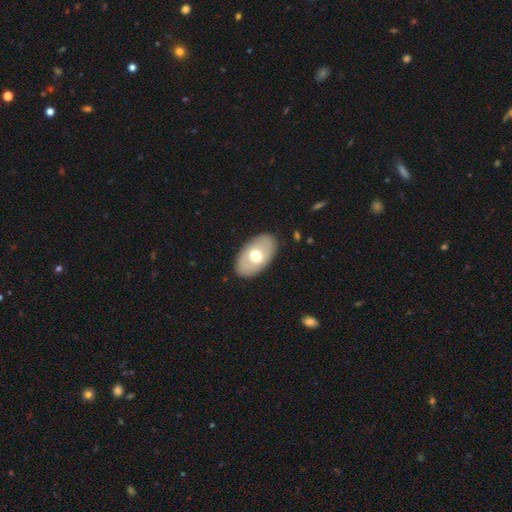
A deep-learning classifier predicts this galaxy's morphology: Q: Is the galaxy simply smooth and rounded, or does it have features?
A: smooth — 59%.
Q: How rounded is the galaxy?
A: in between — 93%.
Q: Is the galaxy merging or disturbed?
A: none — 87%.